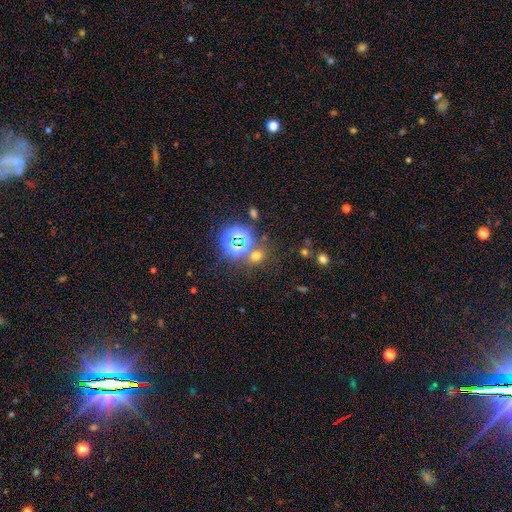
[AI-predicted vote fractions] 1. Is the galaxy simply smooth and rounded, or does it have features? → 50% smooth, 43% star or artifact, 7% featured or disk.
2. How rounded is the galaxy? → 71% round, 27% in between, 1% cigar-shaped.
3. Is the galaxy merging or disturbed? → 73% none, 13% merger, 9% minor disturbance, 5% major disturbance.